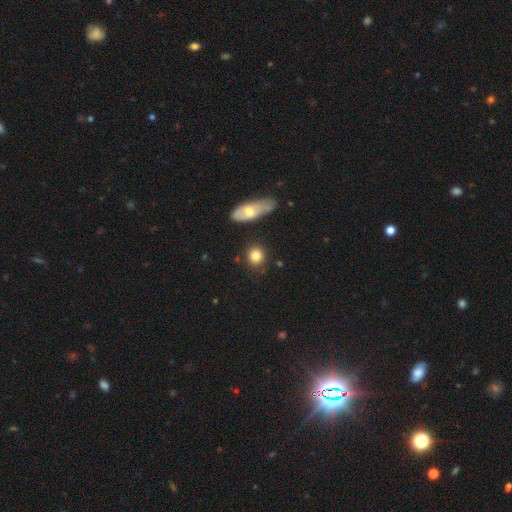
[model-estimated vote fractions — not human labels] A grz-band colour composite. It shows a smooth galaxy with no disk features (81%) that is round (81%). Merging: none (81%).